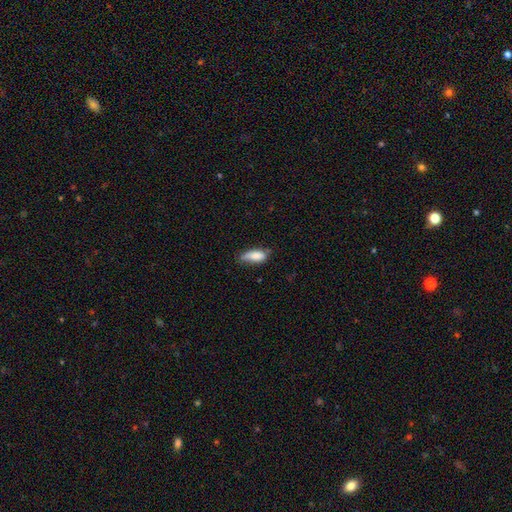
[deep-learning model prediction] A smooth galaxy with no disk features (82%) that is in between round and cigar-shaped (80%).

Vote fractions:
- Smooth or featured? smooth: 82% / featured or disk: 11% / star or artifact: 7%
- How rounded? in between: 80% / cigar-shaped: 18% / round: 3%
- Merging? none: 49% / minor disturbance: 38% / major disturbance: 10% / merger: 3%